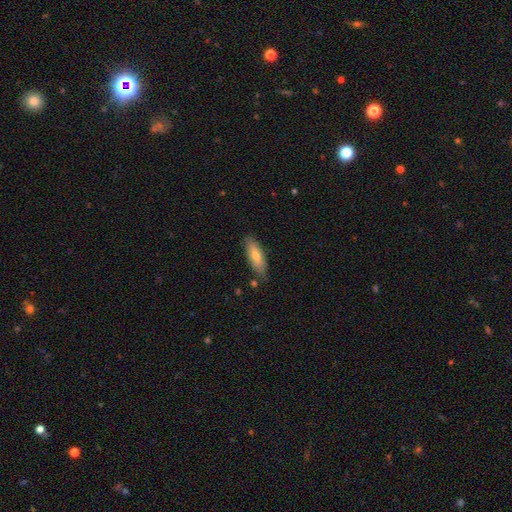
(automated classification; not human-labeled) This is likely a smooth galaxy (69%). How rounded: likely in between (63%). Merging: clearly none (83%).